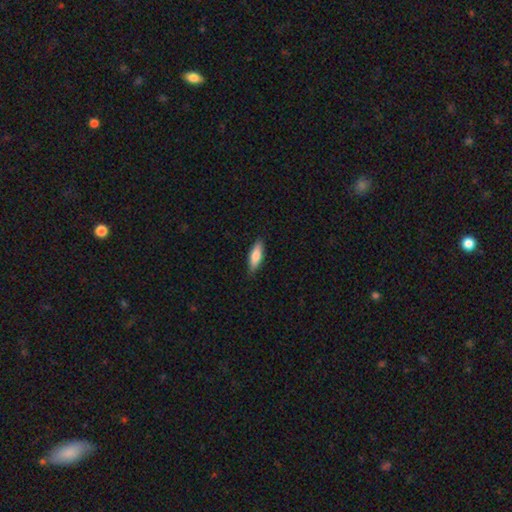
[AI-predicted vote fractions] smooth_or_featured: smooth (p=0.77) [alt: featured or disk p=0.17]
how_rounded: in between (p=0.50) [alt: cigar-shaped p=0.48]
merging: none (p=0.87) [alt: minor disturbance p=0.10]